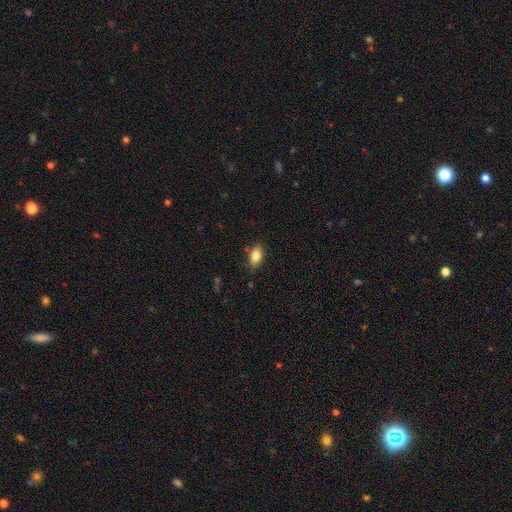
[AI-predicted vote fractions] A smooth galaxy with no disk features (84%) that is in between round and cigar-shaped (89%).

Vote fractions:
- Smooth or featured? smooth: 84% / featured or disk: 9% / star or artifact: 8%
- How rounded? in between: 89% / round: 5% / cigar-shaped: 5%
- Merging? none: 83% / minor disturbance: 12% / major disturbance: 2% / merger: 2%